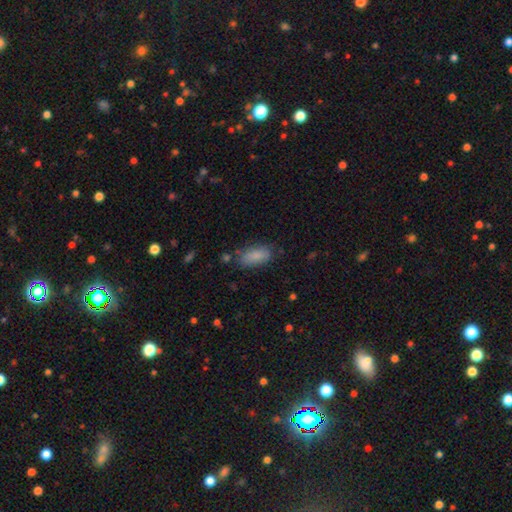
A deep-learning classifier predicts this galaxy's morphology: Smooth or featured? smooth (86%)
How rounded? in between (87%)
Merging? none (76%)